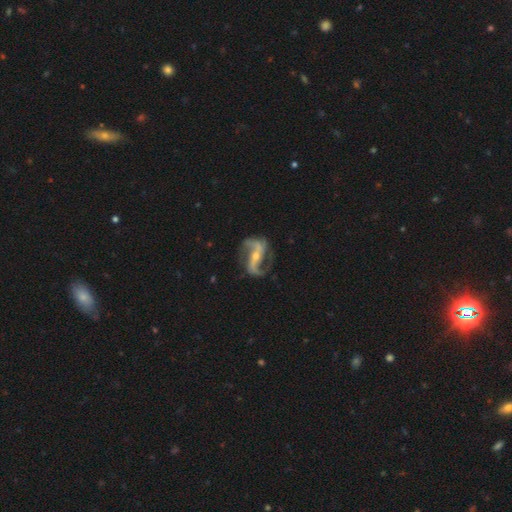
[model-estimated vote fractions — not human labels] Smooth or featured: featured or disk — 91% (star or artifact — 5%)
Edge-on disk: no — 96% (yes — 4%)
Bar: strong — 50% (weak — 28%)
Spiral arms: yes — 97% (no — 3%)
Spiral winding: loose — 53% (medium — 37%)
Spiral arm count: 2 — 92% (can't tell — 2%)
Bulge size: small — 56% (moderate — 40%)
Merging: none — 75% (minor disturbance — 15%)